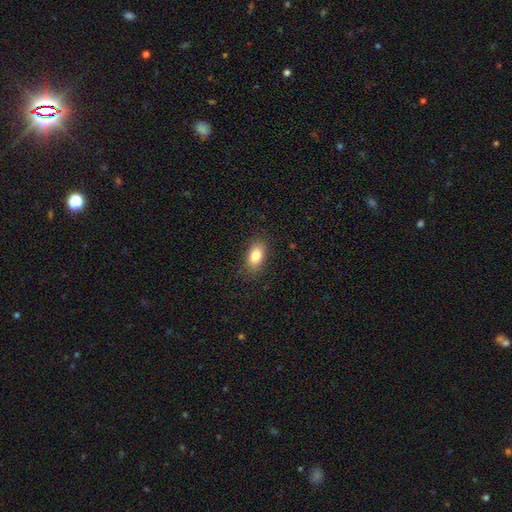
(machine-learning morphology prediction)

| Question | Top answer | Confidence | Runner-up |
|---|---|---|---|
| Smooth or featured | smooth | 83% | featured or disk (9%) |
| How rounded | in between | 88% | round (8%) |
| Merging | none | 85% | minor disturbance (11%) |